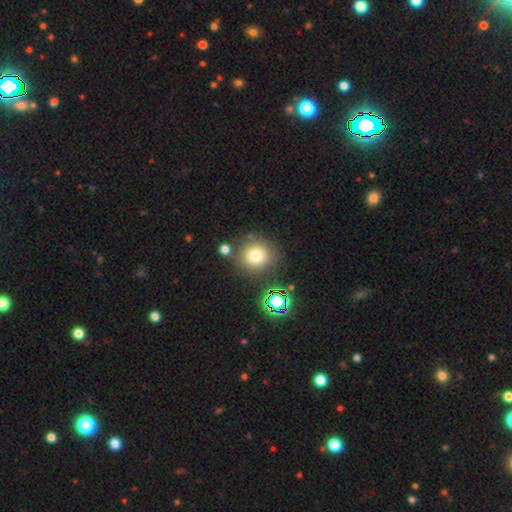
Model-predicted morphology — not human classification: type=smooth (75%); roundness=round (90%); merging=none (77%).